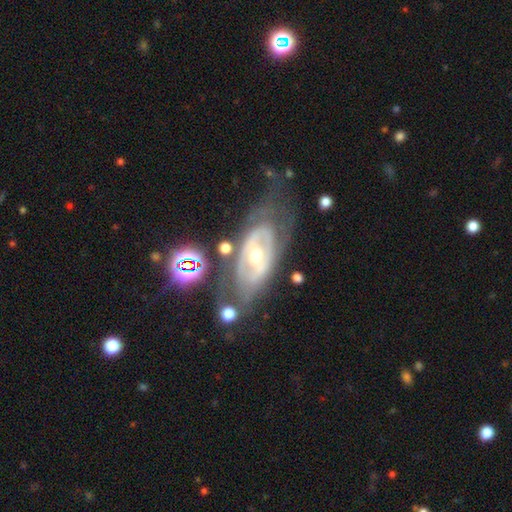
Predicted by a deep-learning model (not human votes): Smooth or featured? featured or disk (80%)
Edge-on disk? no (91%)
Bar? no (41%)
Spiral arms? yes (60%)
Bulge size? moderate (55%)
Merging? none (59%)